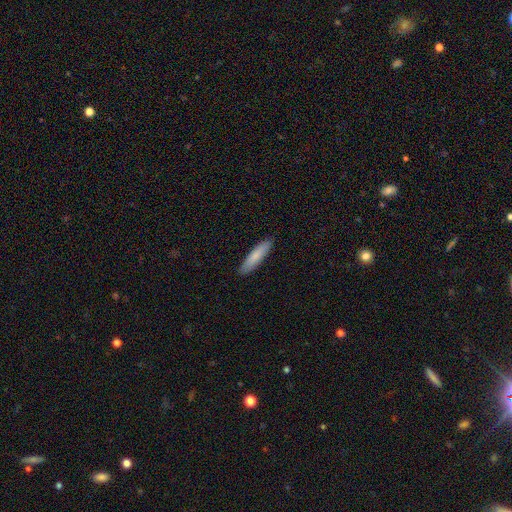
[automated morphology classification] smooth-or-featured: smooth: 80% | featured or disk: 14% | star or artifact: 5%
  how-rounded: cigar-shaped: 83% | in between: 16% | round: 1%
  merging: none: 90% | minor disturbance: 8% | major disturbance: 2% | merger: 1%